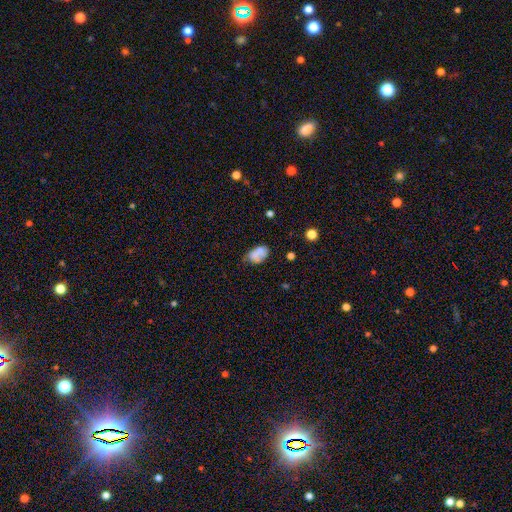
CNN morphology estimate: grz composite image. It shows a smooth galaxy with no disk features (73%) that is in between round and cigar-shaped (86%). Merging: none (45%).